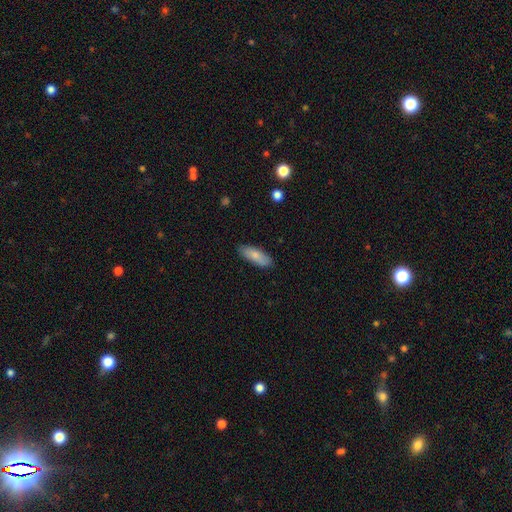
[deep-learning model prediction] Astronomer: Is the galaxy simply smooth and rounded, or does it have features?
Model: smooth — 82%.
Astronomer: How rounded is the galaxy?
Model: in between — 62%.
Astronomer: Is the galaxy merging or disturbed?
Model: none — 86%.